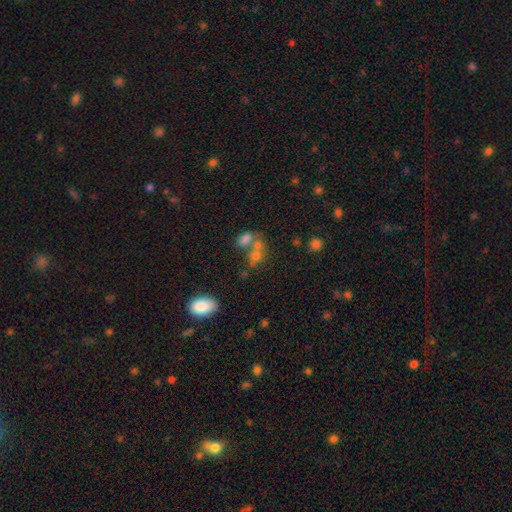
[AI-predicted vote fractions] Q: Smooth or featured?
A: smooth (66%); runner-up: star or artifact (17%)
Q: How rounded?
A: in between (51%); runner-up: round (47%)
Q: Merging?
A: merger (49%); runner-up: none (34%)